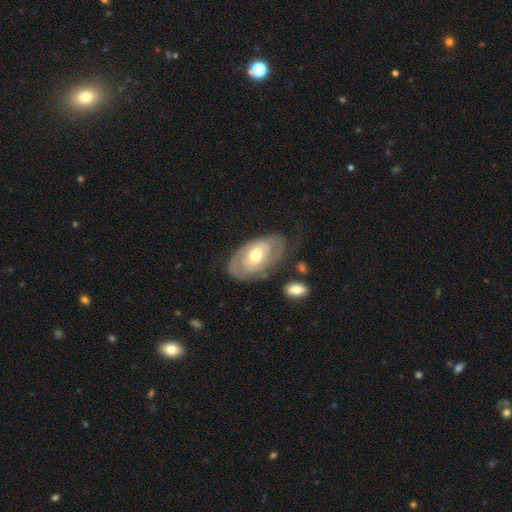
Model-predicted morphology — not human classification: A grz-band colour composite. It shows a featured or disk galaxy (78%) with no bar (69%), 2 (48%) tight (69%) spiral arms (79%) and a moderate central bulge (67%). Merging: none (68%).